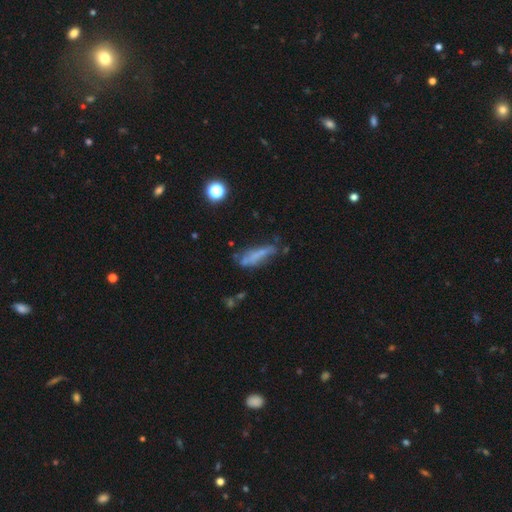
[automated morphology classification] smooth 49%, featured or disk 36%, star or artifact 15%. Down the decision tree: merging — none (45%).